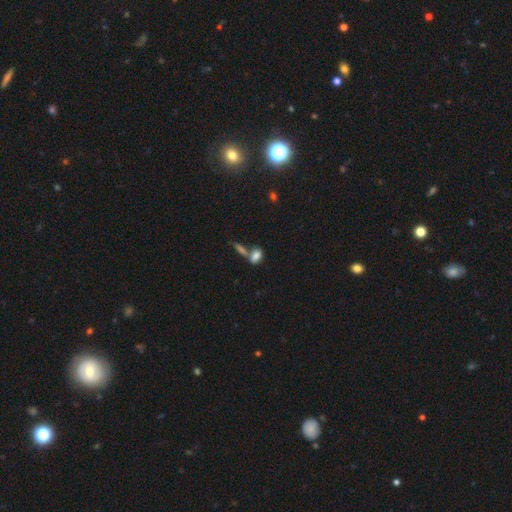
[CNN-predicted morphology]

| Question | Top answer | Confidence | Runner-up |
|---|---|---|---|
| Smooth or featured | smooth | 77% | featured or disk (12%) |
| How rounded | in between | 85% | round (8%) |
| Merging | merger | 45% | none (40%) |